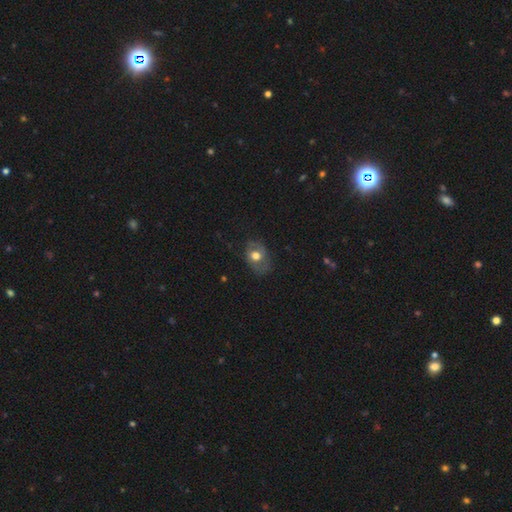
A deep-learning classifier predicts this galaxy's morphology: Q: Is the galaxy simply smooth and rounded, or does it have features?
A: smooth — 57%.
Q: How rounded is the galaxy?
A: in between — 60%.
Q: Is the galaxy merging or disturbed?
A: none — 62%.